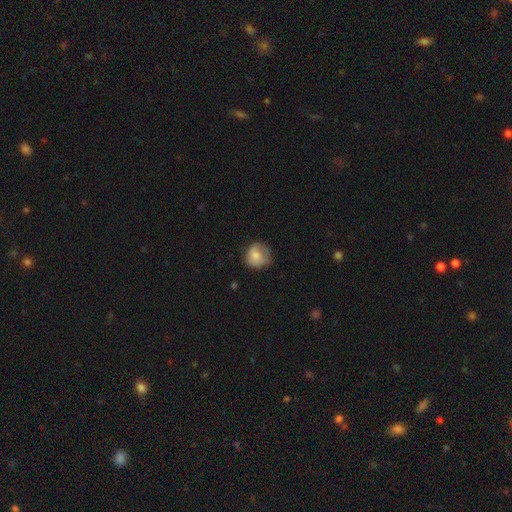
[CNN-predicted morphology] The model was most divided on "merging": none: 65%, minor disturbance: 26%, major disturbance: 8%, merger: 1%. More confident: how rounded — round (85%); smooth or featured — smooth (75%).